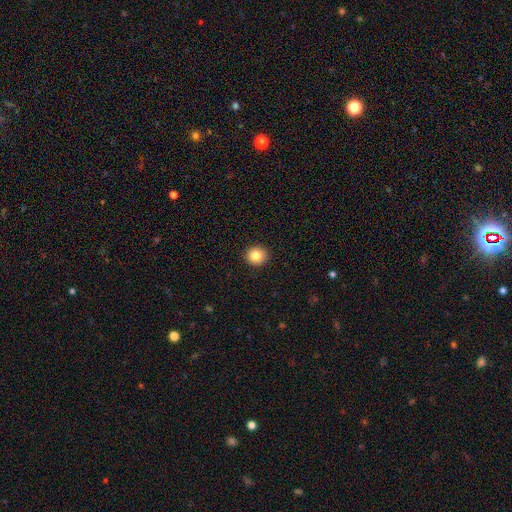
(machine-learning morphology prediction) The model was most divided on "smooth or featured": smooth: 84%, star or artifact: 10%, featured or disk: 7%. More confident: merging — none (93%); how rounded — round (91%).